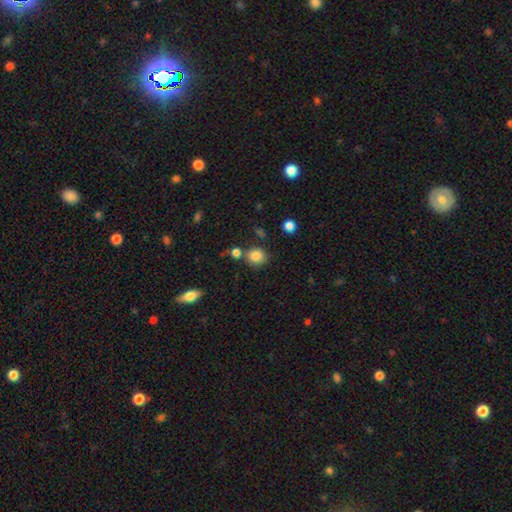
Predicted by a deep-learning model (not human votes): A smooth galaxy with no disk features (84%) that is round (84%). Merging: none (73%).